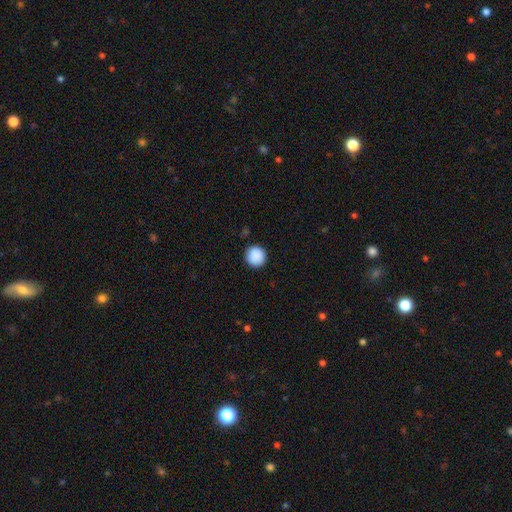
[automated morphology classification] smooth 90%, star or artifact 8%, featured or disk 2%. Down the decision tree: how rounded — round (94%); merging — none (91%).